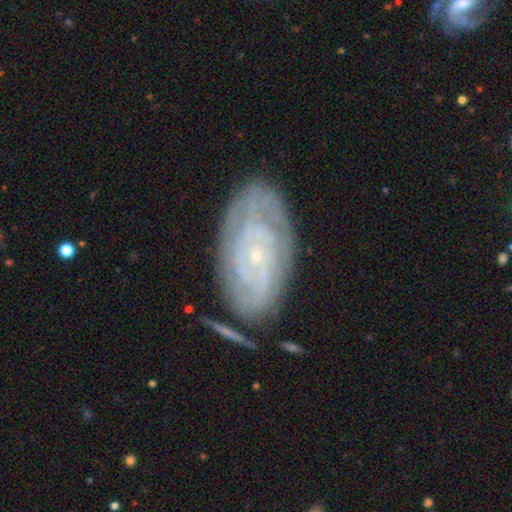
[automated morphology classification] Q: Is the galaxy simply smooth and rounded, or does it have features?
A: featured or disk — 85%.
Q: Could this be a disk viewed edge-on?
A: no — 96%.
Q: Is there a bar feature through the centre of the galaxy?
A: no — 72%.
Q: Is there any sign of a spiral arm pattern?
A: yes — 96%.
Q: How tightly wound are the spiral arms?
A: tight — 78%.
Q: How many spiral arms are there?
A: can't tell — 32%.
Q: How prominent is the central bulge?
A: small — 86%.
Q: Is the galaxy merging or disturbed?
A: none — 71%.